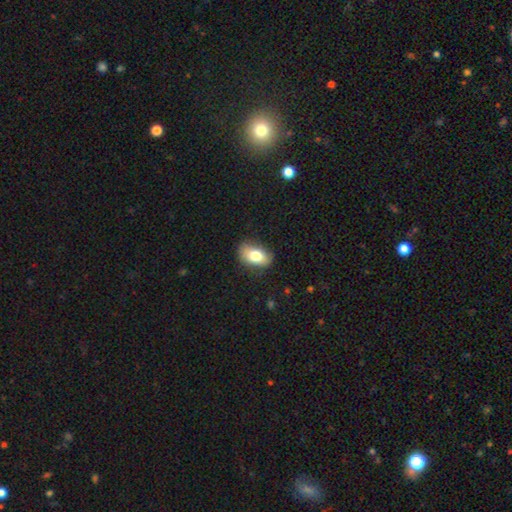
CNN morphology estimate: The model was most divided on "smooth or featured": smooth: 75%, featured or disk: 17%, star or artifact: 8%. More confident: how rounded — in between (87%); merging — none (78%).